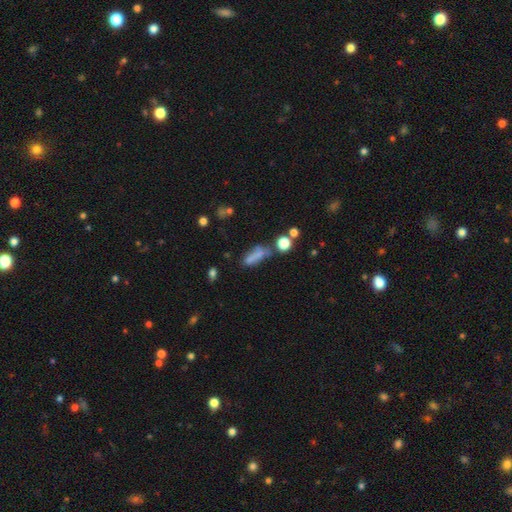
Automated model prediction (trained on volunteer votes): Smooth or featured?
  - smooth: 66% *
  - featured or disk: 18%
  - star or artifact: 16%
How rounded?
  - in between: 54% *
  - cigar-shaped: 38%
  - round: 8%
Merging?
  - none: 38% *
  - minor disturbance: 23%
  - merger: 22%
  - major disturbance: 17%